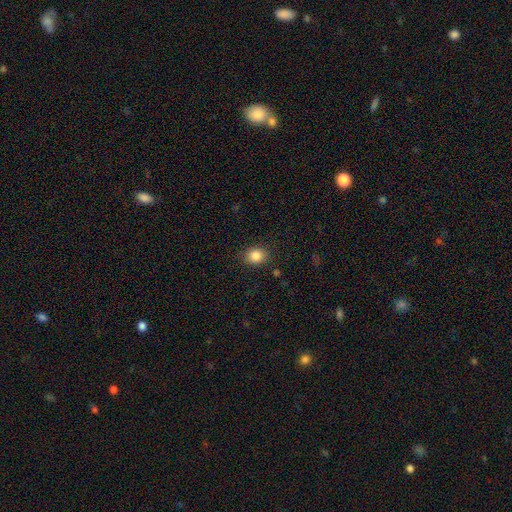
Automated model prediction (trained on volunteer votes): This is clearly a smooth galaxy (85%). How rounded: likely round (60%). Merging: clearly none (87%).